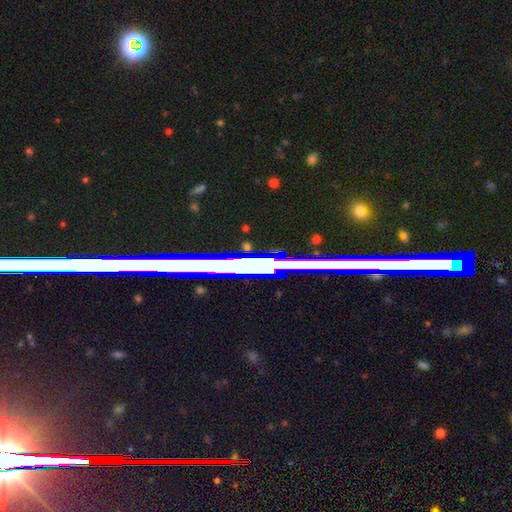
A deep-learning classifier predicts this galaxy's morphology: Smooth or featured: star or artifact — 52% (featured or disk — 33%)